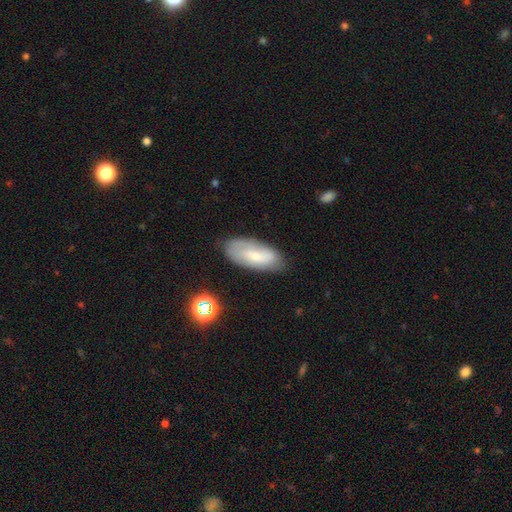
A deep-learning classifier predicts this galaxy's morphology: The model was most divided on "smooth or featured": smooth: 51%, featured or disk: 41%, star or artifact: 8%. More confident: how rounded — in between (86%); merging — none (75%).